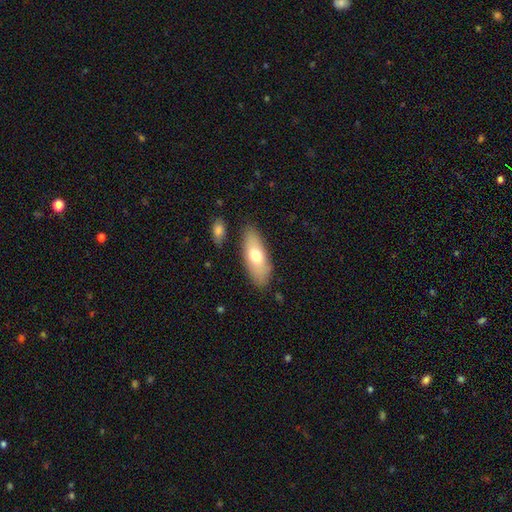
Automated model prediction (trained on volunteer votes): Q: Smooth or featured?
A: smooth (68%); runner-up: featured or disk (26%)
Q: How rounded?
A: in between (73%); runner-up: cigar-shaped (24%)
Q: Merging?
A: none (82%); runner-up: minor disturbance (12%)